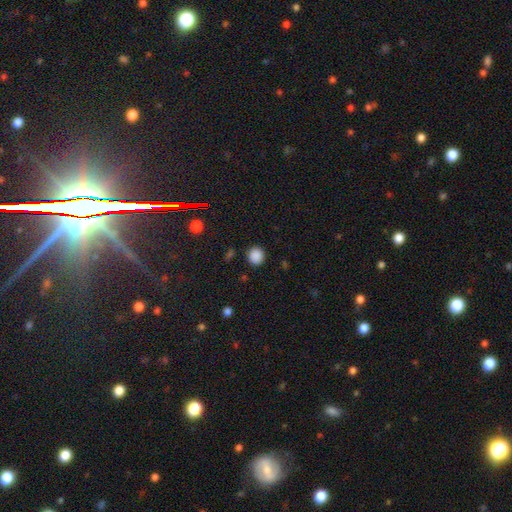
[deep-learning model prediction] This is clearly a smooth galaxy (87%). How rounded: clearly round (86%). Merging: clearly none (89%).